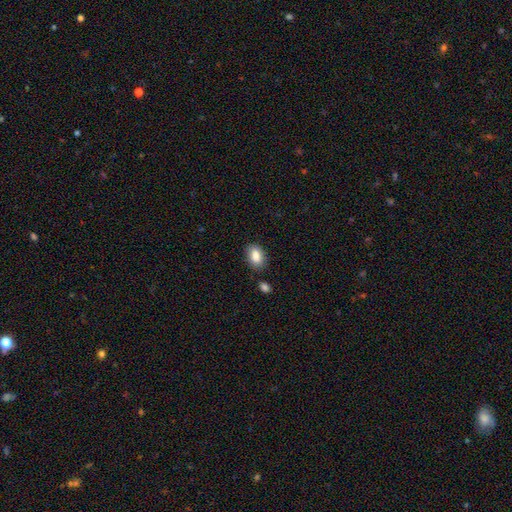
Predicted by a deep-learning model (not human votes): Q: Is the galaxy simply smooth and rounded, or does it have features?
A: smooth — 86%.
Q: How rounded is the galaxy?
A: in between — 85%.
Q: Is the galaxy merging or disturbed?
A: none — 82%.